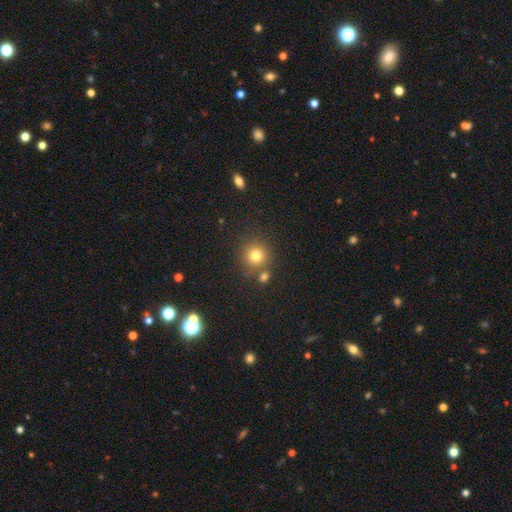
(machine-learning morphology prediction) Overall: smooth (78%). How rounded: round (92%). Merging: none (75%).